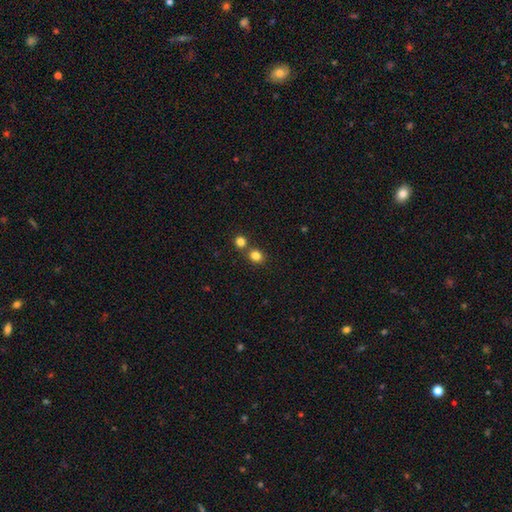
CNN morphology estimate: Smooth or featured?
  - smooth: 82% *
  - star or artifact: 13%
  - featured or disk: 5%
How rounded?
  - round: 77% *
  - in between: 22%
  - cigar-shaped: 1%
Merging?
  - none: 67% *
  - merger: 23%
  - minor disturbance: 7%
  - major disturbance: 2%